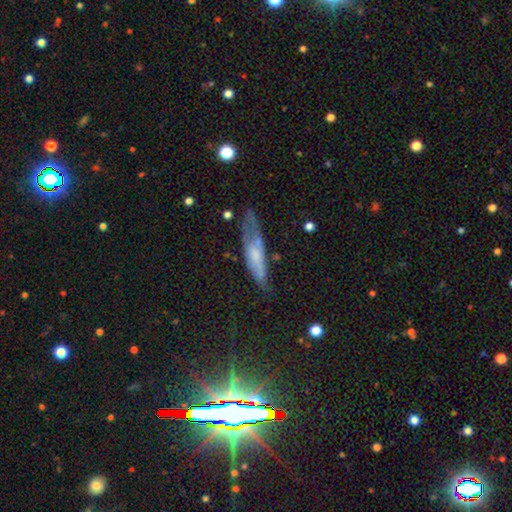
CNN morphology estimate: This is possibly a smooth galaxy (47%). Merging: marginally none (44%).